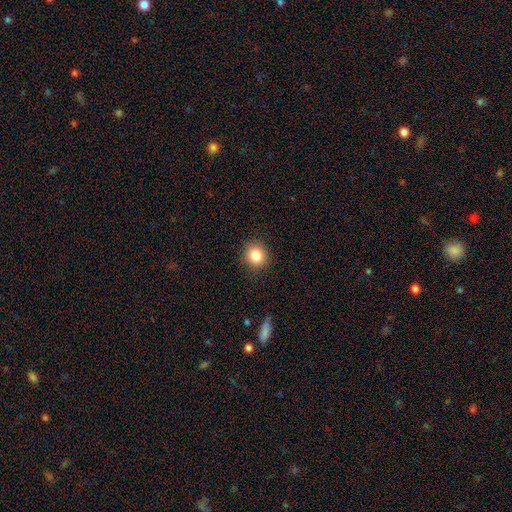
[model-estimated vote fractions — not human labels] smooth_or_featured: smooth (p=0.84) [alt: star or artifact p=0.10]
how_rounded: round (p=0.84) [alt: in between p=0.15]
merging: none (p=0.90) [alt: minor disturbance p=0.07]